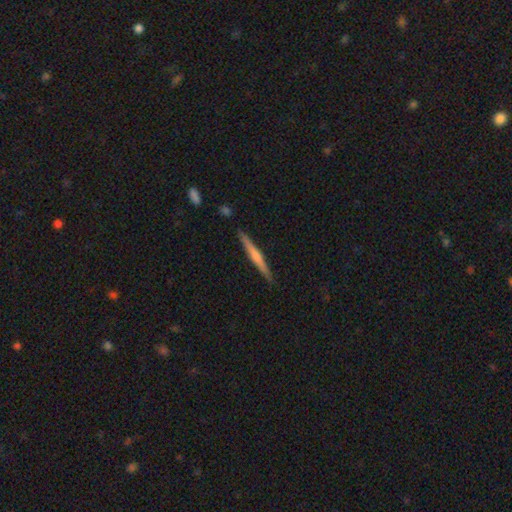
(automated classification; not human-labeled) The model was most divided on "smooth or featured": featured or disk: 70%, smooth: 24%, star or artifact: 6%. More confident: edge-on disk — yes (98%); merging — none (92%); edge-on bulge — rounded (70%).